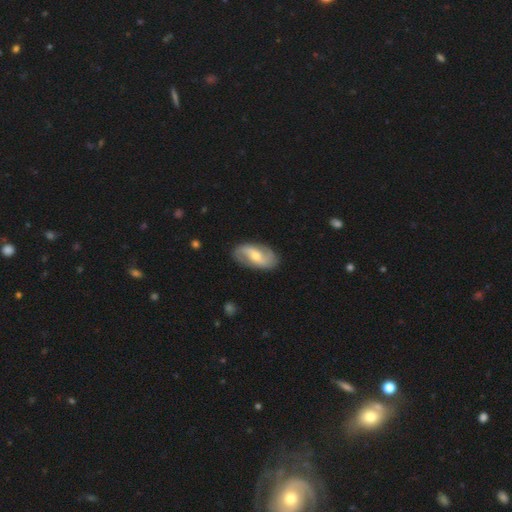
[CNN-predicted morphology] This appears to be a featured or disk galaxy (78%) with a weak bar (44%), 2 (88%) loose (46%) spiral arms (92%) and a moderate central bulge (56%). Merging: none (84%).